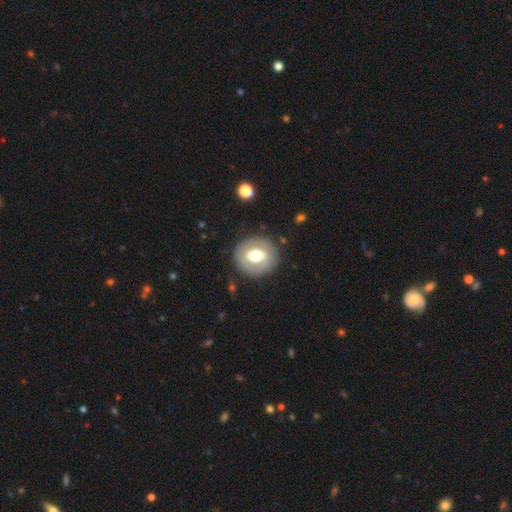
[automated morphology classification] Smooth or featured? Predicted: smooth (p=0.52). How rounded? Predicted: round (p=0.71). Merging? Predicted: none (p=0.83).